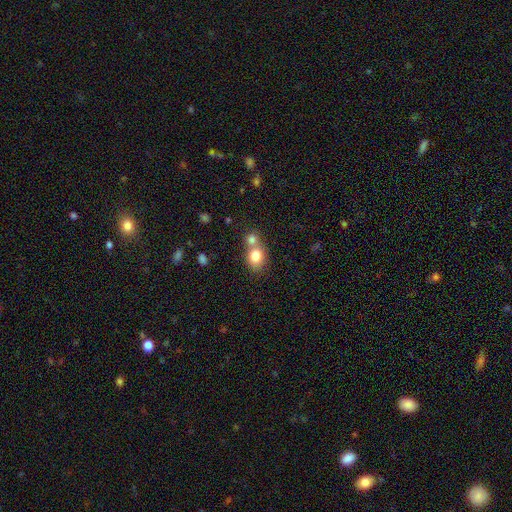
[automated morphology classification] Q: Smooth or featured?
A: smooth (79%); runner-up: featured or disk (11%)
Q: How rounded?
A: round (50%); runner-up: in between (49%)
Q: Merging?
A: merger (50%); runner-up: none (39%)